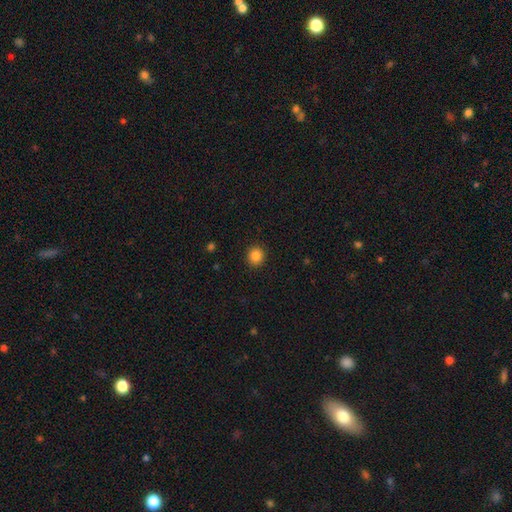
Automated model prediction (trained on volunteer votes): This is clearly a smooth galaxy (85%). How rounded: clearly round (89%). Merging: clearly none (92%).